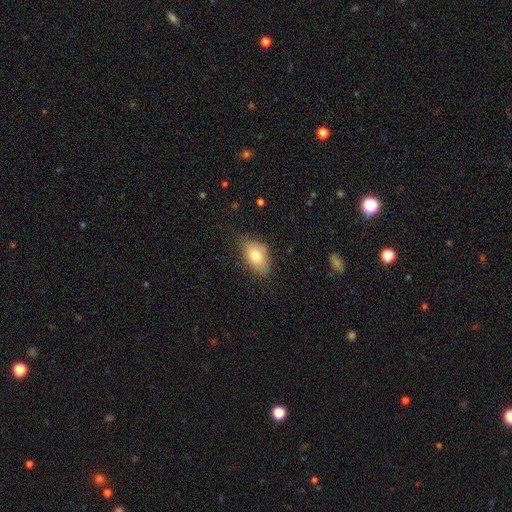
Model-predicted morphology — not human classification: Smooth or featured? Predicted: smooth (p=0.74). How rounded? Predicted: in between (p=0.87). Merging? Predicted: none (p=0.63).